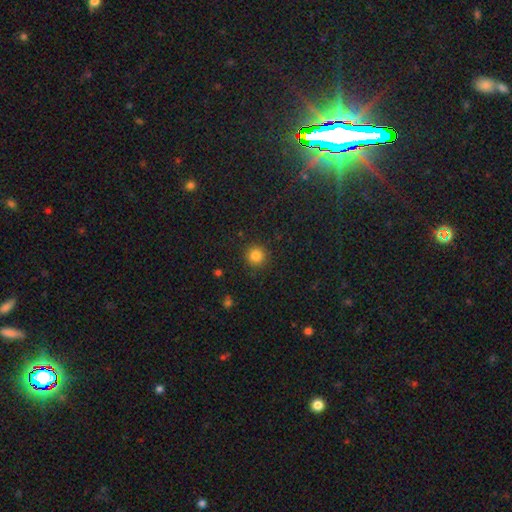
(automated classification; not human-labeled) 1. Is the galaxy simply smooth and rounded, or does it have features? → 83% smooth, 12% star or artifact, 4% featured or disk.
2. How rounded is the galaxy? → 94% round, 5% in between, 1% cigar-shaped.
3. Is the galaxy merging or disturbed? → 91% none, 6% minor disturbance, 2% major disturbance, 1% merger.